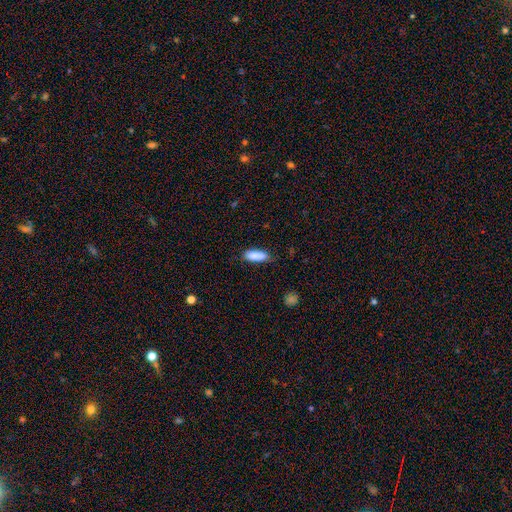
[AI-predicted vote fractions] A smooth galaxy with no disk features (88%) that is in between round and cigar-shaped (68%). Merging: none (79%).